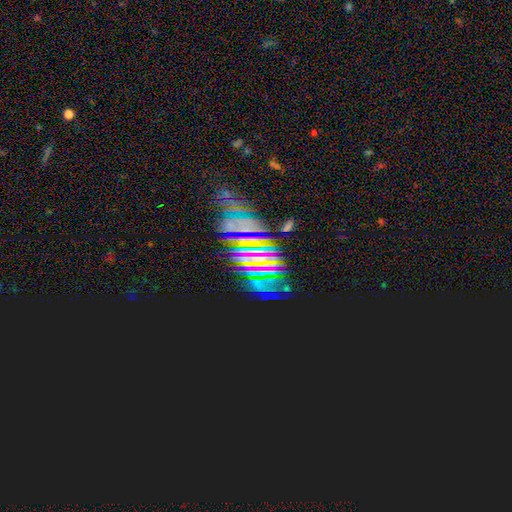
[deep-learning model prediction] This is marginally a star or artifact rather than a galaxy (44%).